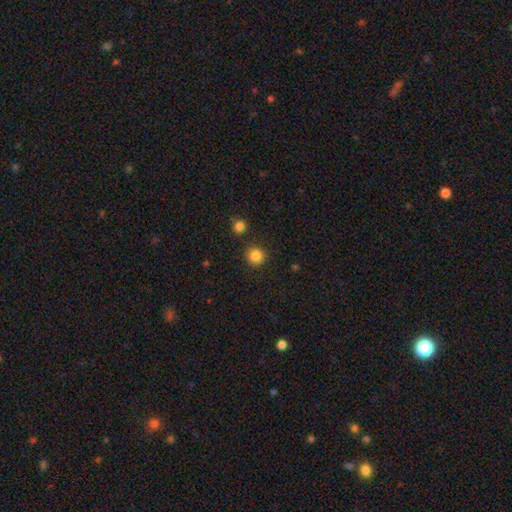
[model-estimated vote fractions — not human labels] smooth_or_featured: smooth (p=0.85) [alt: star or artifact p=0.11]
how_rounded: round (p=0.93) [alt: in between p=0.06]
merging: none (p=0.88) [alt: minor disturbance p=0.06]